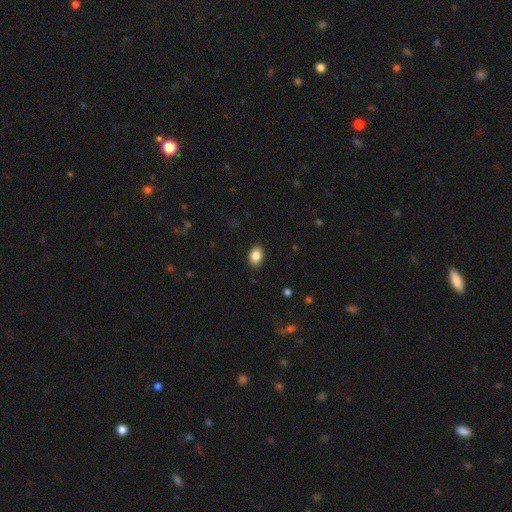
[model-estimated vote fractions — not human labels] A smooth galaxy with no disk features (87%) that is in between round and cigar-shaped (82%).

Vote fractions:
- Smooth or featured? smooth: 87% / star or artifact: 8% / featured or disk: 5%
- How rounded? in between: 82% / round: 17% / cigar-shaped: 1%
- Merging? none: 87% / minor disturbance: 10% / major disturbance: 2% / merger: 1%